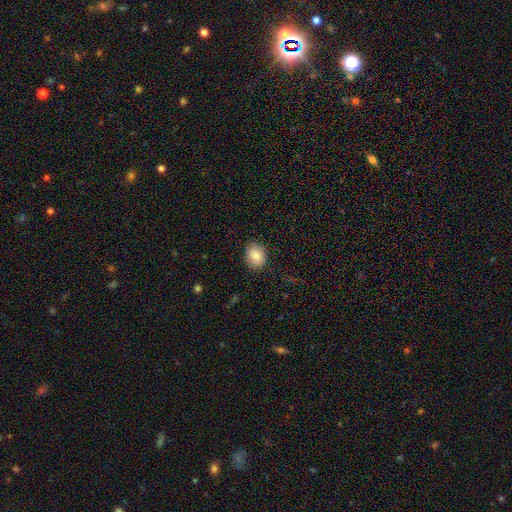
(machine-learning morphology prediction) Q: Smooth or featured?
A: smooth (87%); runner-up: star or artifact (8%)
Q: How rounded?
A: in between (53%); runner-up: round (46%)
Q: Merging?
A: none (88%); runner-up: minor disturbance (9%)